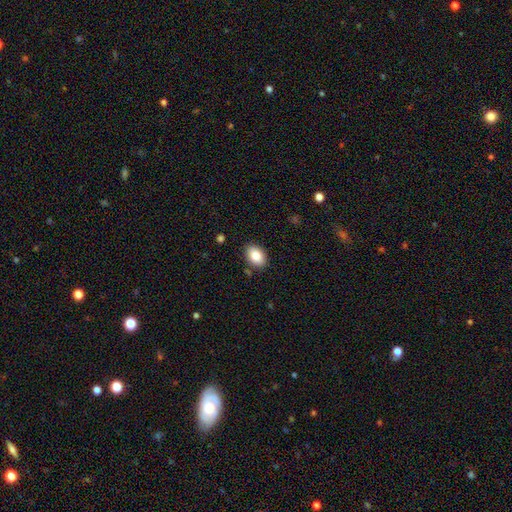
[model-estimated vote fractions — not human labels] Morphology: type=smooth (85%); roundness=in between (81%); merging=none (86%).